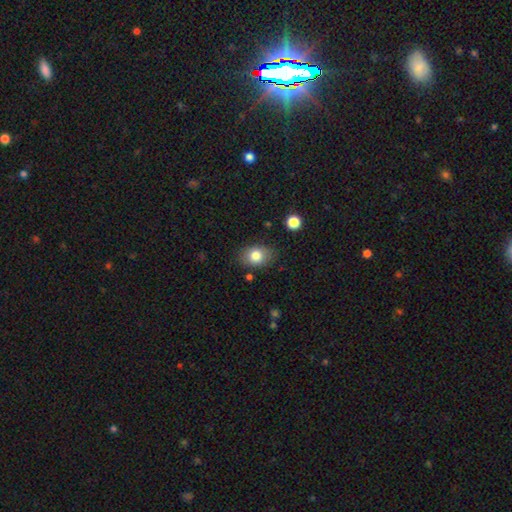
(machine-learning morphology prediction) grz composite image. It shows a smooth galaxy with no disk features (81%) that is in between round and cigar-shaped (70%). Merging: none (80%).